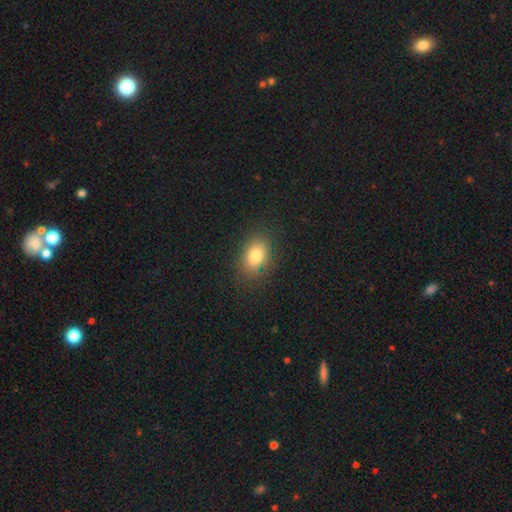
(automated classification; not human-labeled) Morphology: type=smooth (81%); roundness=in between (76%); merging=none (81%).